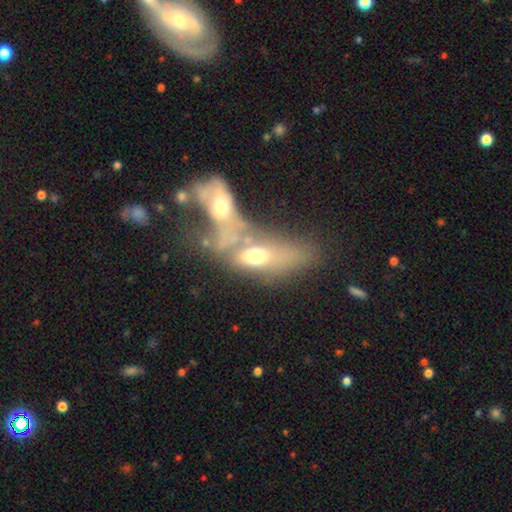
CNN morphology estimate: The model was most divided on "smooth or featured": smooth: 47%, featured or disk: 43%, star or artifact: 10%. More confident: merging — merger (68%).